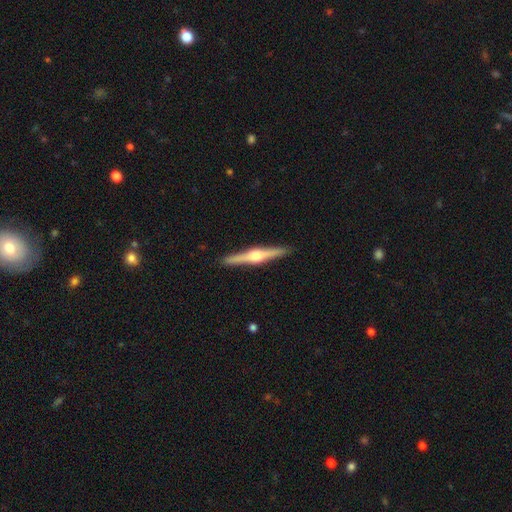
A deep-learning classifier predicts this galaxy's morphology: smooth-or-featured: featured or disk: 80% | smooth: 15% | star or artifact: 5%
  disk-edge-on: yes: 98% | no: 2%
    edge-on-bulge: rounded: 92% | boxy: 6% | none: 2%
  merging: none: 92% | minor disturbance: 5% | major disturbance: 1% | merger: 1%